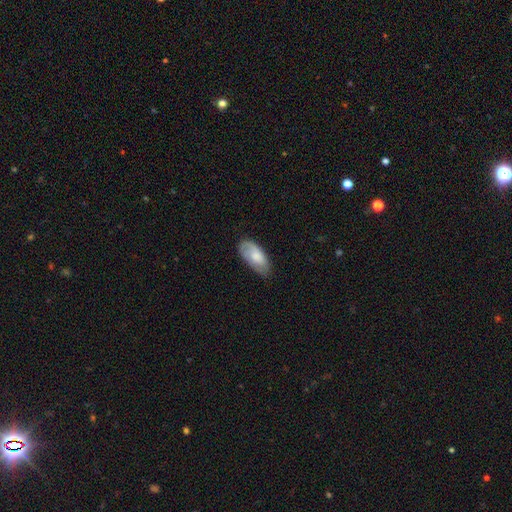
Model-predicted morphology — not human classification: smooth_or_featured: smooth (p=0.66) [alt: featured or disk p=0.28]
how_rounded: in between (p=0.92) [alt: cigar-shaped p=0.06]
merging: none (p=0.70) [alt: minor disturbance p=0.23]